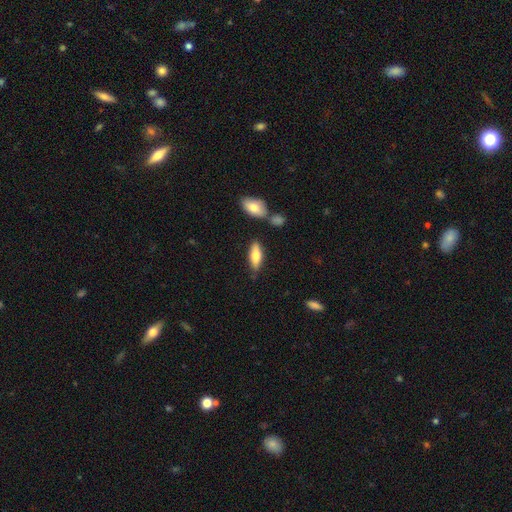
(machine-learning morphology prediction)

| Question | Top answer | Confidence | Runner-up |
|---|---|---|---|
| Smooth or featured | smooth | 70% | featured or disk (24%) |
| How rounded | in between | 62% | cigar-shaped (36%) |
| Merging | none | 77% | minor disturbance (13%) |